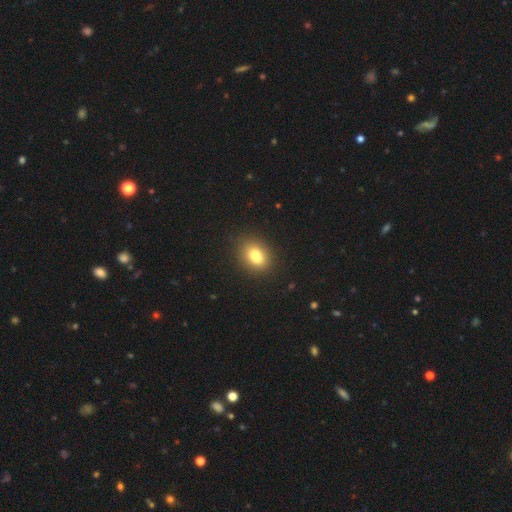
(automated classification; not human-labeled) Overall: smooth (81%). How rounded: in between (72%). Merging: none (82%).